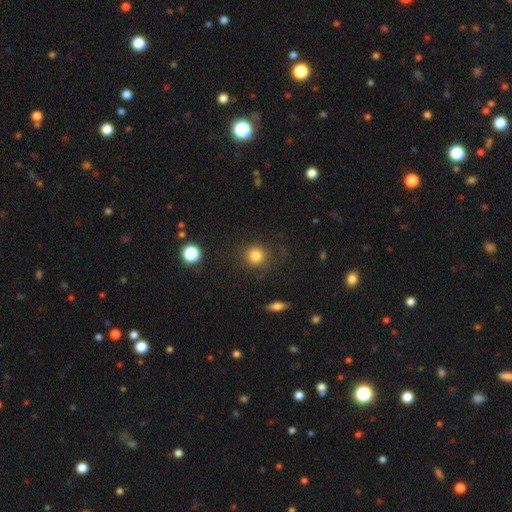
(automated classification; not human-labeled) smooth 83%, star or artifact 11%, featured or disk 6%. Down the decision tree: how rounded — round (91%); merging — none (82%).